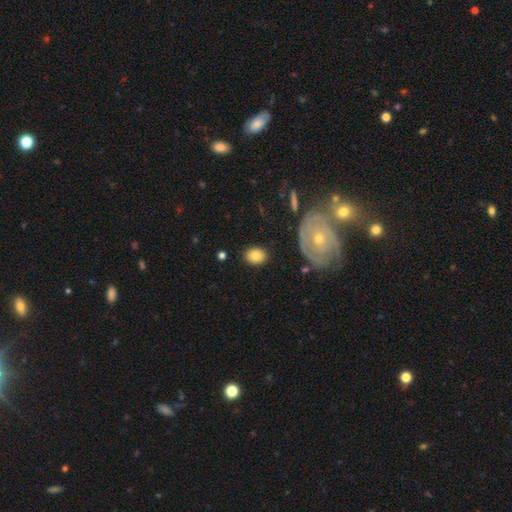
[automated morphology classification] A smooth galaxy with no disk features (80%) that is in between round and cigar-shaped (59%).

Vote fractions:
- Smooth or featured? smooth: 80% / featured or disk: 13% / star or artifact: 8%
- How rounded? in between: 59% / round: 40% / cigar-shaped: 1%
- Merging? none: 84% / minor disturbance: 10% / major disturbance: 3% / merger: 2%